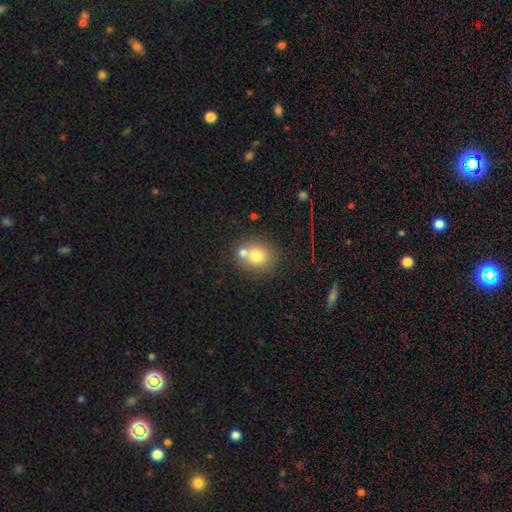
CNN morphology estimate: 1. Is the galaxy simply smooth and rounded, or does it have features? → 74% smooth, 15% featured or disk, 11% star or artifact.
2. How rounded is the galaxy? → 79% round, 20% in between, 1% cigar-shaped.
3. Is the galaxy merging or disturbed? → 52% none, 37% merger, 9% minor disturbance, 3% major disturbance.